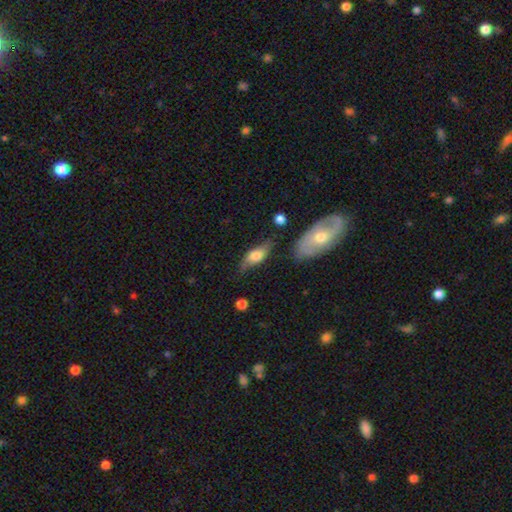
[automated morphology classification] smooth 59%, featured or disk 34%, star or artifact 7%. Down the decision tree: how rounded — in between (72%); merging — none (60%).